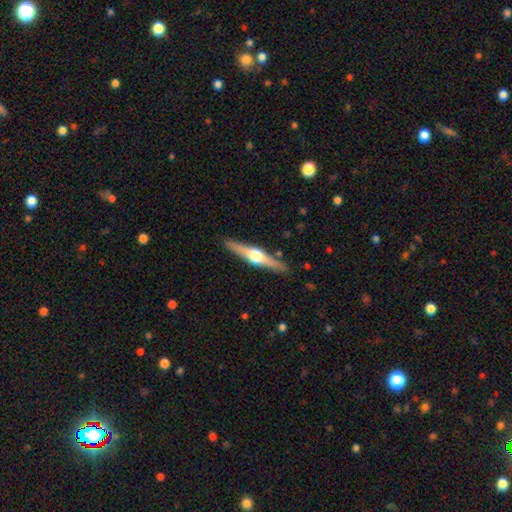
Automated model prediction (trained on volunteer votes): A featured or disk galaxy (77%) viewed edge-on (98%) with a rounded central bulge (95%). Merging: none (90%).